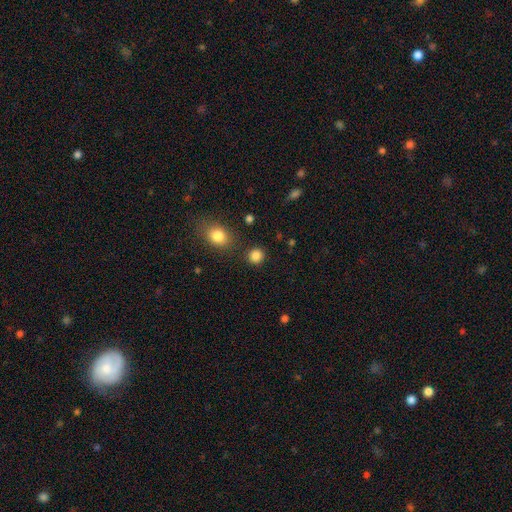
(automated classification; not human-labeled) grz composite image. It shows a smooth galaxy with no disk features (86%) that is round (88%). Merging: none (87%).